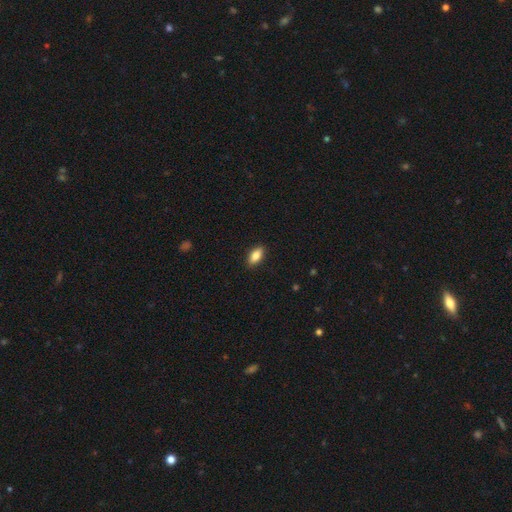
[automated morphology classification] This appears to be a smooth galaxy with no disk features (83%) that is in between round and cigar-shaped (87%). Merging: none (88%).